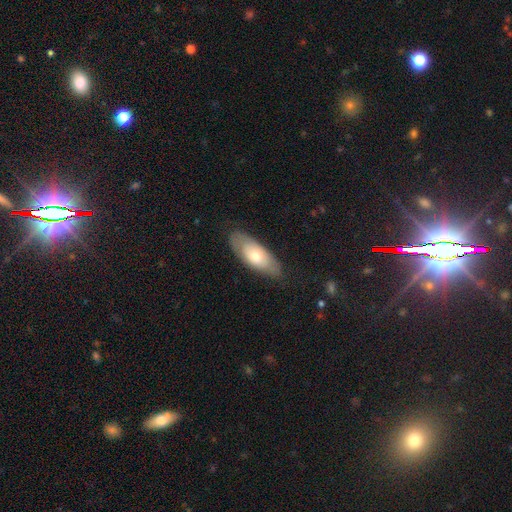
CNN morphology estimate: This appears to be a smooth galaxy with no disk features (60%) that is in between round and cigar-shaped (83%). Merging: none (78%).